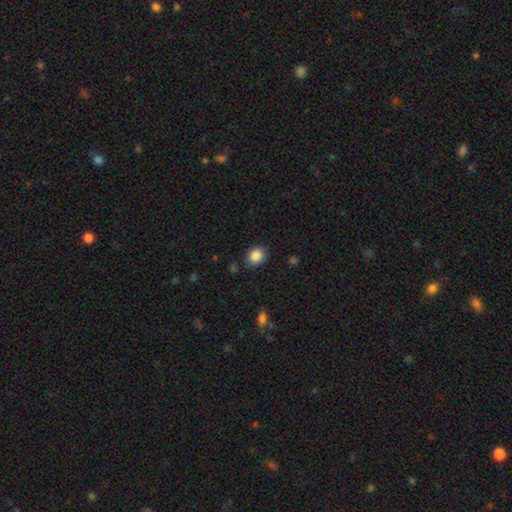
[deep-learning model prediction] Smooth or featured? Predicted: smooth (p=0.87). How rounded? Predicted: in between (p=0.50, tied with round). Merging? Predicted: none (p=0.85).